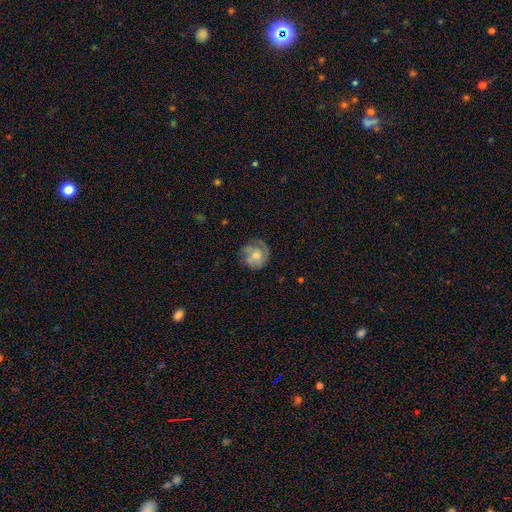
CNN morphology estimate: Q: Smooth or featured?
A: featured or disk (55%); runner-up: smooth (37%)
Q: Edge-on disk?
A: no (97%); runner-up: yes (3%)
Q: Bar?
A: no (80%); runner-up: weak (18%)
Q: Spiral arms?
A: yes (81%); runner-up: no (19%)
Q: Bulge size?
A: moderate (52%); runner-up: small (39%)
Q: Merging?
A: none (64%); runner-up: minor disturbance (22%)